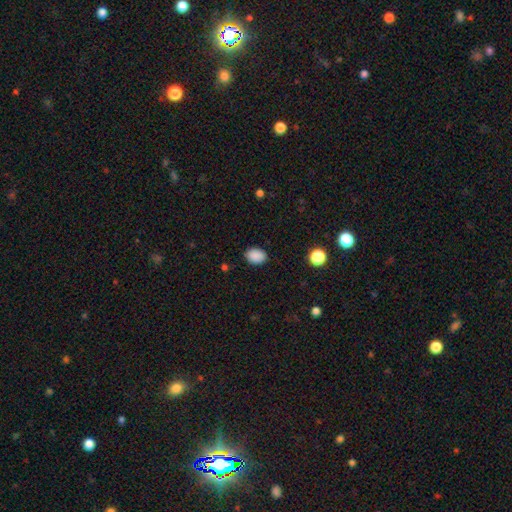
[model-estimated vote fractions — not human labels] smooth 89%, star or artifact 9%, featured or disk 3%. Down the decision tree: how rounded — in between (76%); merging — none (87%).